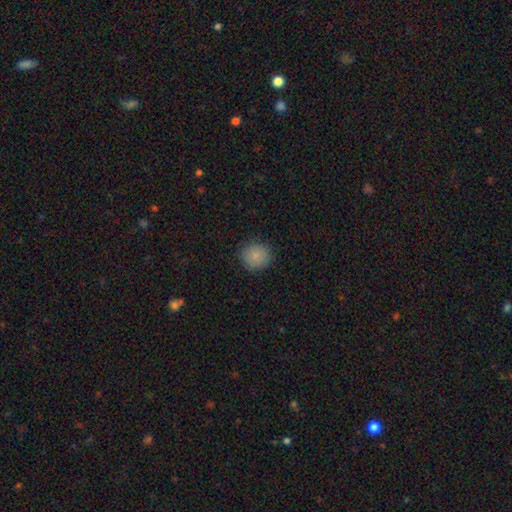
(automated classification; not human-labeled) A smooth galaxy with no disk features (85%) that is round (91%).

Vote fractions:
- Smooth or featured? smooth: 85% / star or artifact: 10% / featured or disk: 6%
- How rounded? round: 91% / in between: 8% / cigar-shaped: 1%
- Merging? none: 89% / minor disturbance: 8% / major disturbance: 2% / merger: 1%